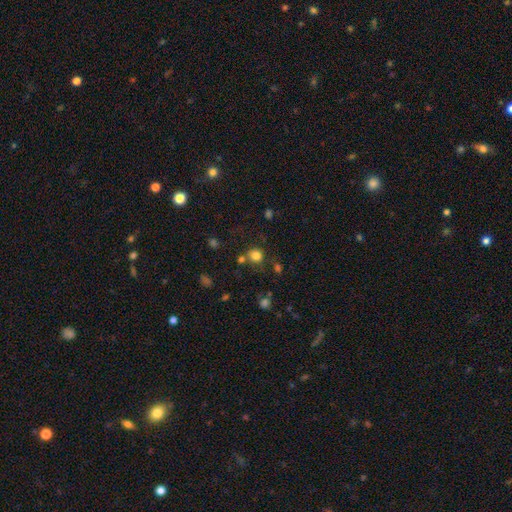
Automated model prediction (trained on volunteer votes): smooth-or-featured: smooth: 80% | star or artifact: 14% | featured or disk: 6%
  how-rounded: round: 88% | in between: 12% | cigar-shaped: 1%
  merging: none: 72% | minor disturbance: 12% | merger: 11% | major disturbance: 5%